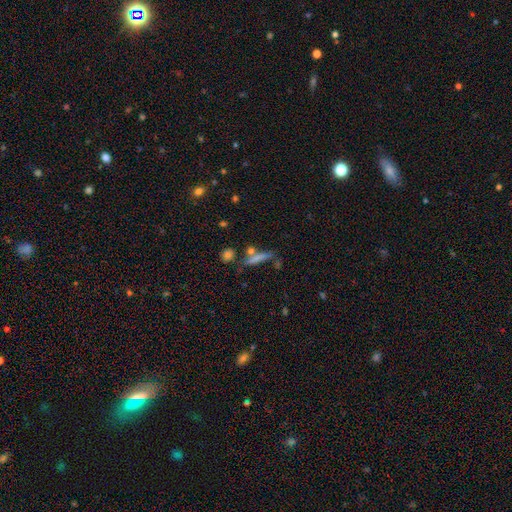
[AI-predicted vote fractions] smooth-or-featured: smooth: 43% | featured or disk: 33% | star or artifact: 25%
  merging: none: 61% | merger: 17% | minor disturbance: 14% | major disturbance: 8%